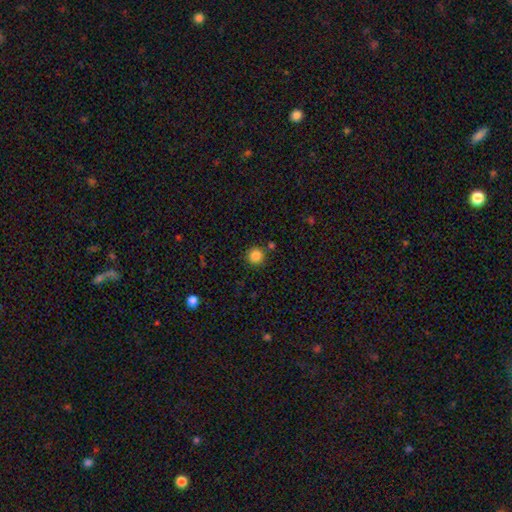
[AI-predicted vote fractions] smooth 86%, star or artifact 11%, featured or disk 4%. Down the decision tree: how rounded — round (95%); merging — none (84%).